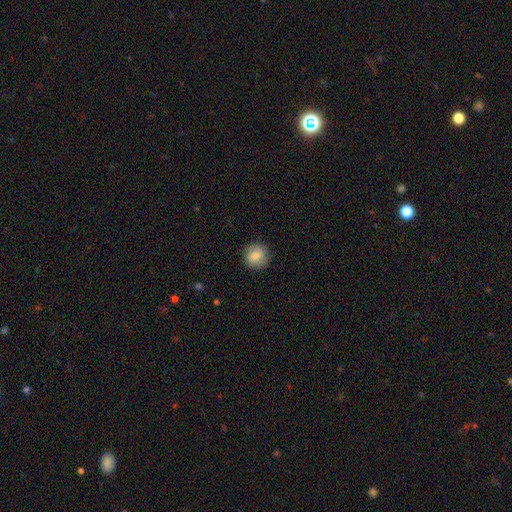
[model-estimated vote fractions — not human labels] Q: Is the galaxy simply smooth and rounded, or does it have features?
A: smooth — 78%.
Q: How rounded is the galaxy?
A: round — 88%.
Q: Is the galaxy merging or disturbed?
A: none — 87%.